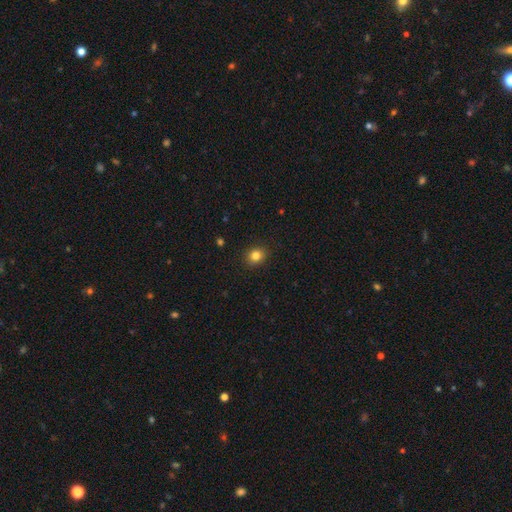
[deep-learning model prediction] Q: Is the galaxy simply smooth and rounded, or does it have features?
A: smooth — 83%.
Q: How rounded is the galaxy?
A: round — 70%.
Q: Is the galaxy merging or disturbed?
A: none — 90%.